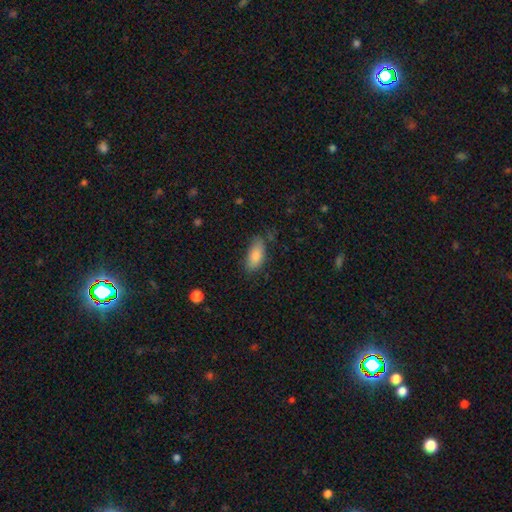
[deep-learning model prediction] This appears to be a smooth galaxy with no disk features (85%) that is in between round and cigar-shaped (88%). Merging: none (70%).